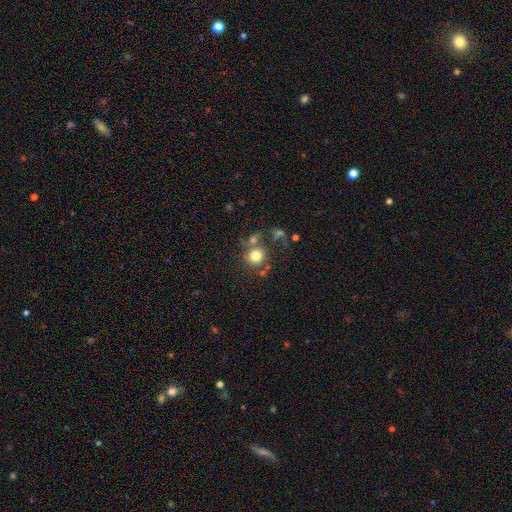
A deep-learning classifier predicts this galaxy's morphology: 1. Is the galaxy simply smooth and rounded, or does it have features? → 78% smooth, 11% star or artifact, 11% featured or disk.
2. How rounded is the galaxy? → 87% round, 13% in between, 1% cigar-shaped.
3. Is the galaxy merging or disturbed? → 60% none, 20% merger, 12% minor disturbance, 8% major disturbance.